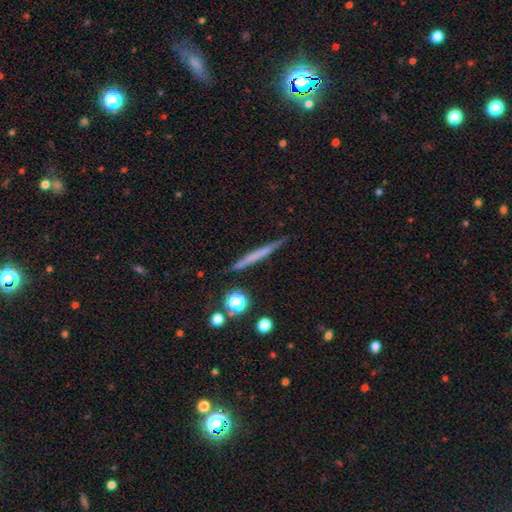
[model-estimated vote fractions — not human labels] The model was most divided on "smooth or featured": smooth: 49%, featured or disk: 44%, star or artifact: 7%. More confident: merging — none (89%).